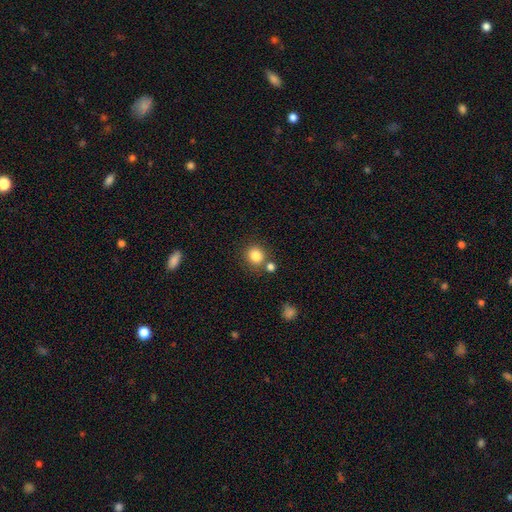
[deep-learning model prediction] This appears to be a smooth galaxy with no disk features (83%) that is round (88%). Merging: none (75%).